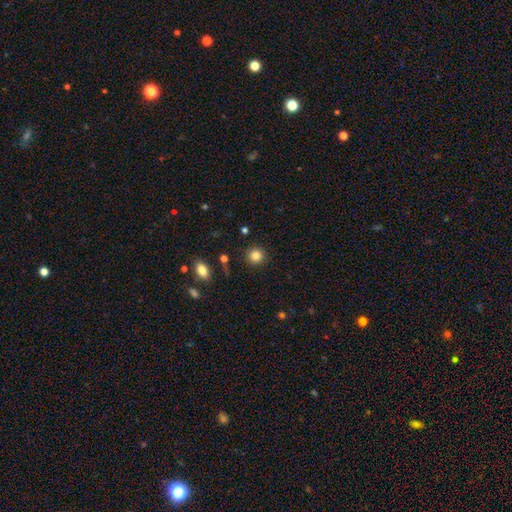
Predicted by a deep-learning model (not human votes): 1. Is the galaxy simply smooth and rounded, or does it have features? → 84% smooth, 11% star or artifact, 5% featured or disk.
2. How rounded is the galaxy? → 92% round, 7% in between, 1% cigar-shaped.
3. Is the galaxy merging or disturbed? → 90% none, 6% minor disturbance, 2% major disturbance, 2% merger.